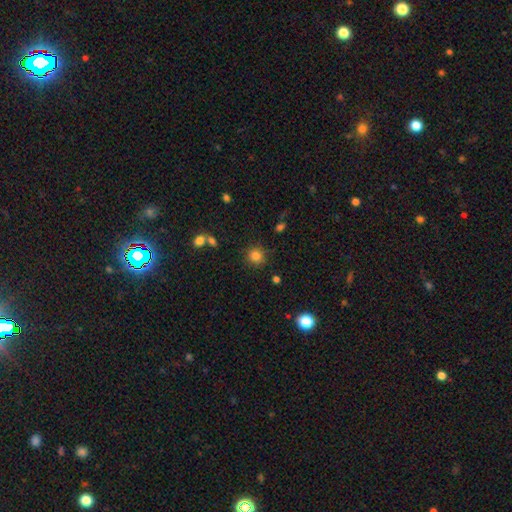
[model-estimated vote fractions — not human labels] Smooth or featured: smooth — 83% (star or artifact — 12%)
How rounded: round — 91% (in between — 8%)
Merging: none — 86% (minor disturbance — 8%)